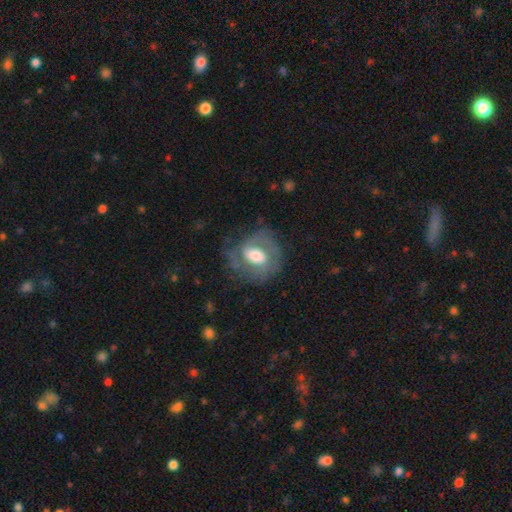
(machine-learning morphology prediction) Overall: featured or disk (74%). Edge-on disk: no (97%). Bar: no (45%; weak 40%). Spiral arms: yes (85%). Spiral arm count: 2 (57%; can't tell 20%). Spiral winding: medium (43%; tight 42%). Bulge size: moderate (49%; large 34%). Merging: none (62%).